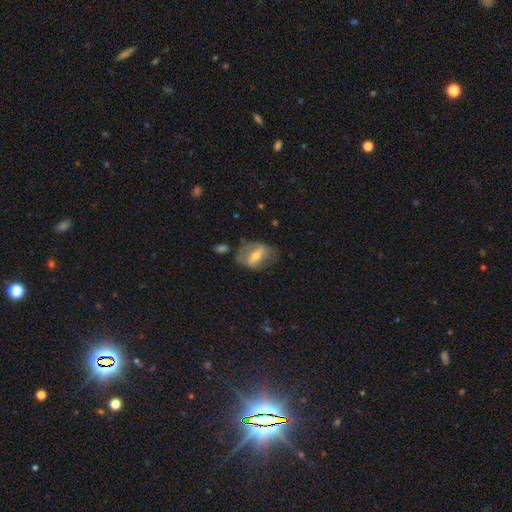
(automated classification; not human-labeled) Morphology: type=featured or disk (54%); edge-on=no (87%); merging=none (57%).